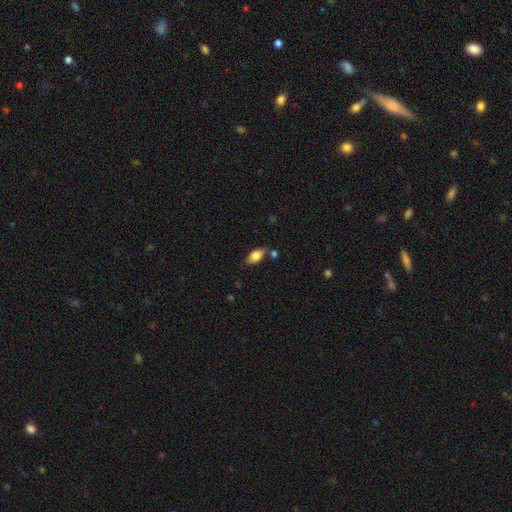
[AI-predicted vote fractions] A smooth galaxy with no disk features (74%) that is in between round and cigar-shaped (87%).

Vote fractions:
- Smooth or featured? smooth: 74% / featured or disk: 19% / star or artifact: 8%
- How rounded? in between: 87% / cigar-shaped: 8% / round: 5%
- Merging? none: 72% / minor disturbance: 17% / merger: 7% / major disturbance: 4%